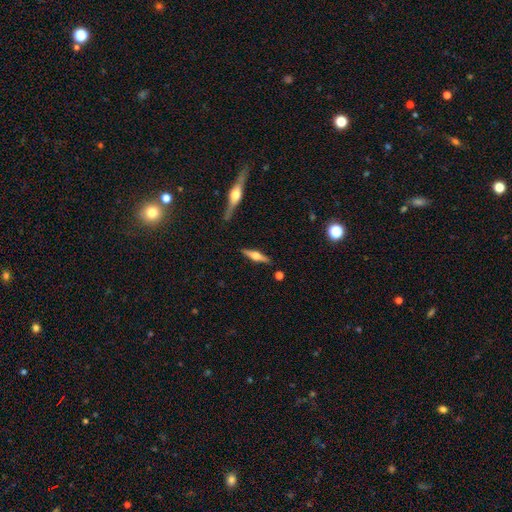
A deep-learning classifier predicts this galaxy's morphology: Overall: featured or disk (68%). Edge-on disk: yes (96%). Edge-on bulge: rounded (88%). Merging: none (85%).